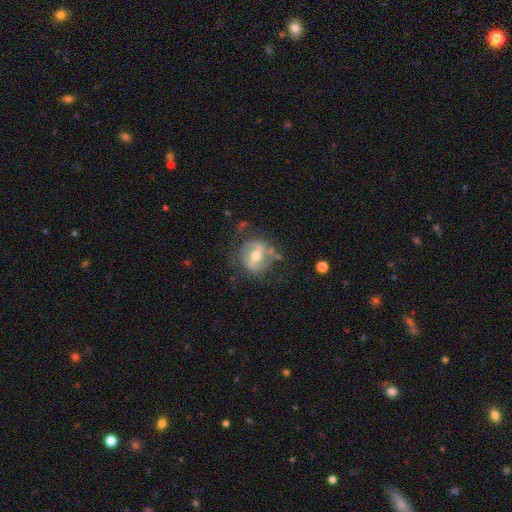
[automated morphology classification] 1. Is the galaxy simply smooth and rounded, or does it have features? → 64% featured or disk, 29% smooth, 7% star or artifact.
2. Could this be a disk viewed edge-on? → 92% no, 8% yes.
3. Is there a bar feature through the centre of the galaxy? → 52% strong, 33% weak, 15% no.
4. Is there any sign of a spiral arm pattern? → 63% no, 37% yes.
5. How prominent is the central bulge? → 73% moderate, 18% small, 7% large, 1% none, 1% dominant.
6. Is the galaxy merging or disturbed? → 62% none, 21% minor disturbance, 14% major disturbance, 4% merger.